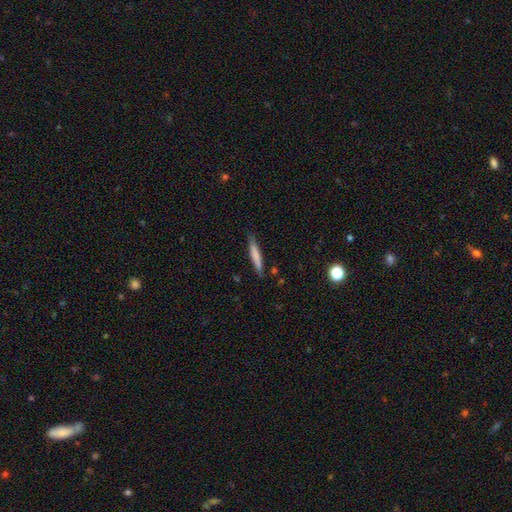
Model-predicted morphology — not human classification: Smooth or featured?
  - smooth: 72% *
  - featured or disk: 21%
  - star or artifact: 6%
How rounded?
  - cigar-shaped: 93% *
  - in between: 6%
  - round: 1%
Merging?
  - none: 83% *
  - minor disturbance: 13%
  - major disturbance: 2%
  - merger: 2%